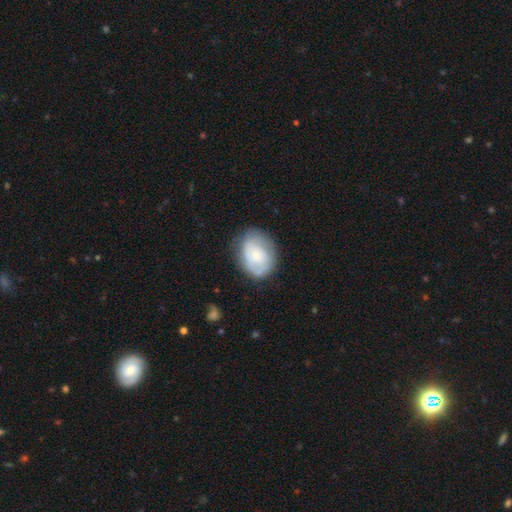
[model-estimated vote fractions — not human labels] A featured or disk galaxy (47%, tied with smooth). Merging: none (67%).